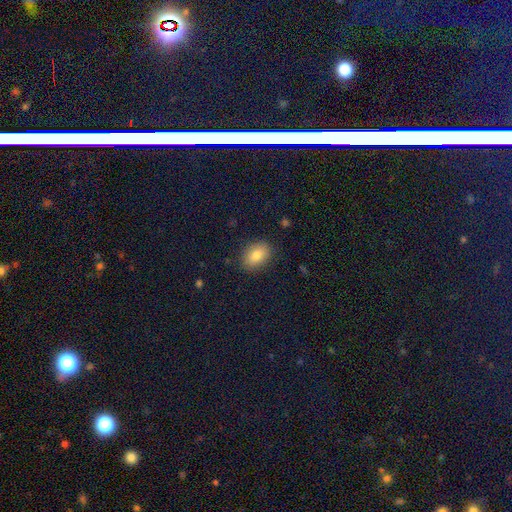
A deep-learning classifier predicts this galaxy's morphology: type=smooth (81%); roundness=in between (82%); merging=none (86%).